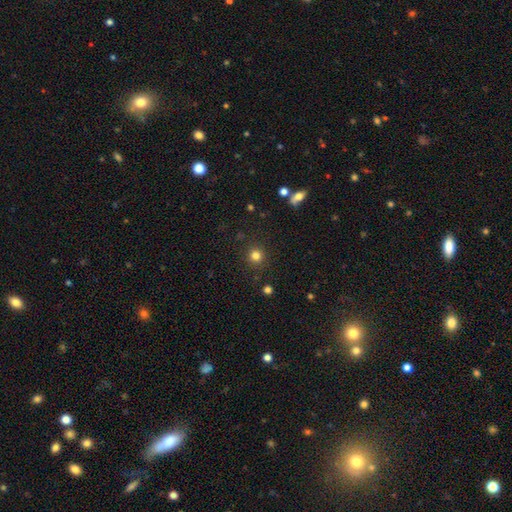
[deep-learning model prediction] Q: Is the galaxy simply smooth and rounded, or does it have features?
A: smooth — 81%.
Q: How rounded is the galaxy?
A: round — 93%.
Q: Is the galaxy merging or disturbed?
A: none — 90%.